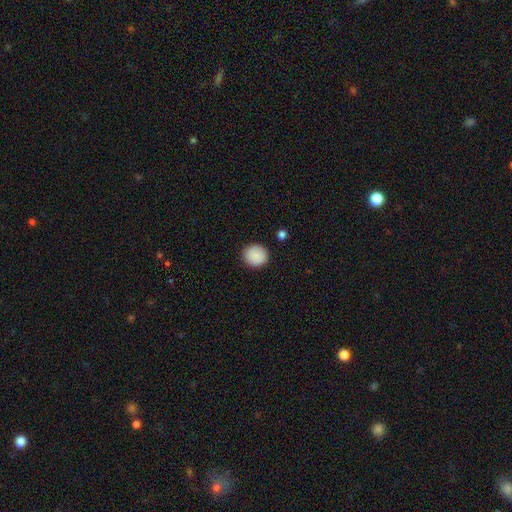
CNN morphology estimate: Overall: smooth (89%). How rounded: round (90%). Merging: none (91%).